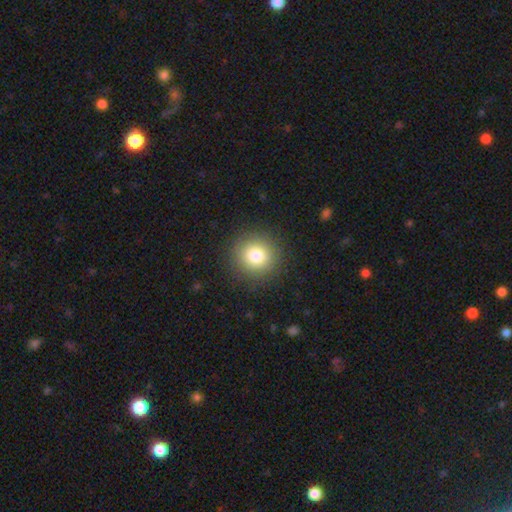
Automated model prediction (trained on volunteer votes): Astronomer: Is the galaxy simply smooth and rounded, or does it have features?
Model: smooth — 80%.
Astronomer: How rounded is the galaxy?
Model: round — 94%.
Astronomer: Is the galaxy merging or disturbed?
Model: none — 90%.